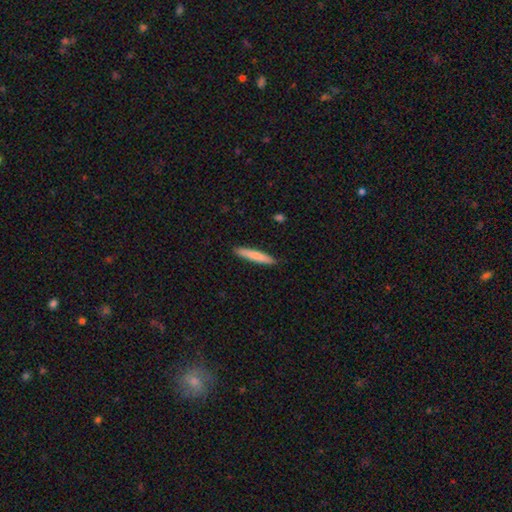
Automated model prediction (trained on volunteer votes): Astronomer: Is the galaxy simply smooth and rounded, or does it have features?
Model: smooth — 79%.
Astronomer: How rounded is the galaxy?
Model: cigar-shaped — 93%.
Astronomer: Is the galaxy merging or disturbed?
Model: none — 90%.